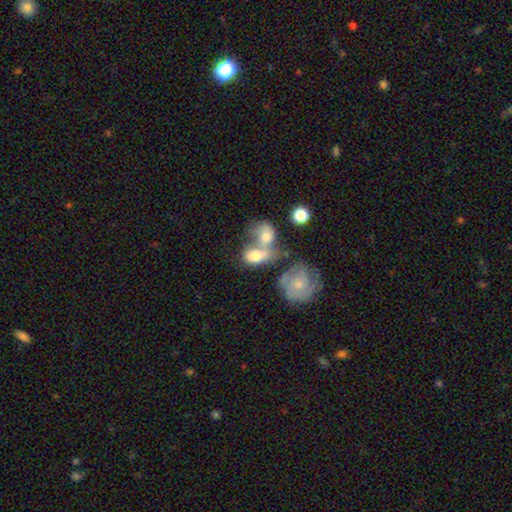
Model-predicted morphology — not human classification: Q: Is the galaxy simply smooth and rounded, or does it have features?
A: smooth — 61%.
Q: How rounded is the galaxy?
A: in between — 76%.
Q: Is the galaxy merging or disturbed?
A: merger — 65%.